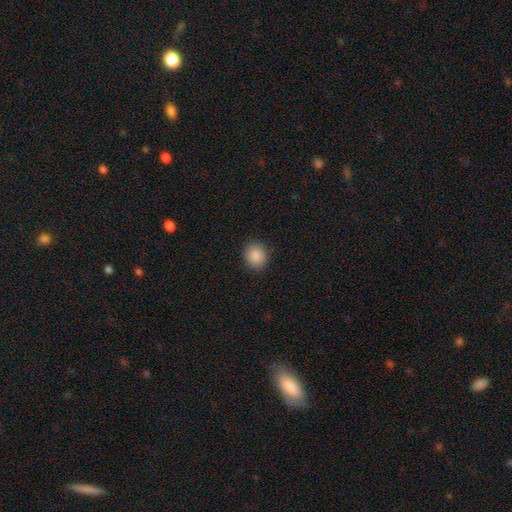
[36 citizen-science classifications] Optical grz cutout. It shows a smooth galaxy with no disk features (97%) that is round (91%). Merging: none (89%).